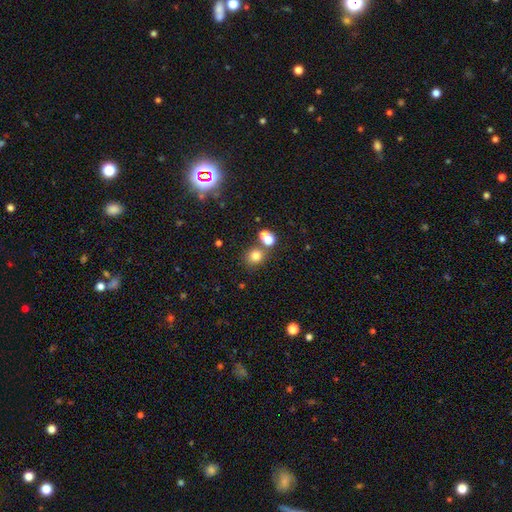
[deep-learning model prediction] smooth-or-featured: smooth: 75% | star or artifact: 16% | featured or disk: 9%
  how-rounded: round: 79% | in between: 20% | cigar-shaped: 1%
  merging: none: 61% | merger: 26% | minor disturbance: 9% | major disturbance: 4%